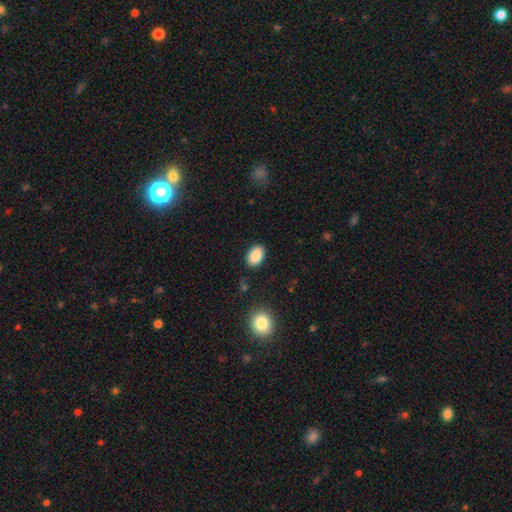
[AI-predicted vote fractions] Q: Smooth or featured?
A: smooth (88%); runner-up: star or artifact (8%)
Q: How rounded?
A: in between (86%); runner-up: round (13%)
Q: Merging?
A: none (86%); runner-up: minor disturbance (10%)